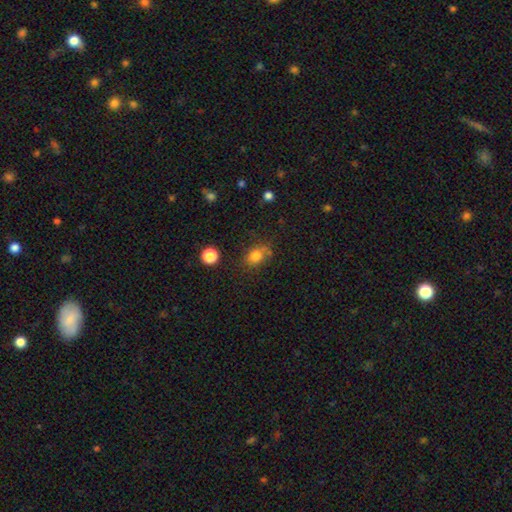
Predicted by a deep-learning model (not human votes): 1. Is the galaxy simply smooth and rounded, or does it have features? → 80% smooth, 12% star or artifact, 8% featured or disk.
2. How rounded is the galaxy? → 56% in between, 42% round, 1% cigar-shaped.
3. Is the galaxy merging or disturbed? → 67% none, 22% minor disturbance, 6% major disturbance, 5% merger.